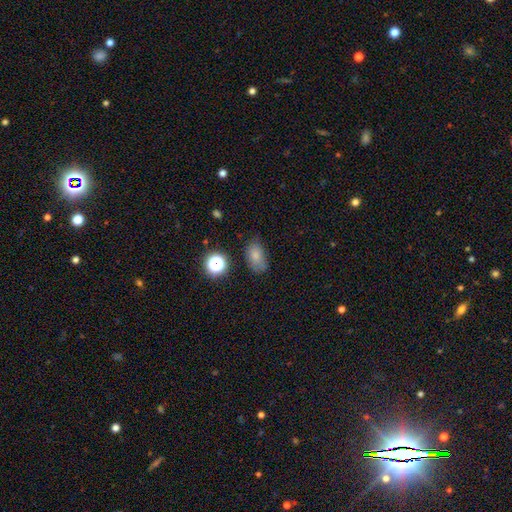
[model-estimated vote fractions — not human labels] Smooth or featured? smooth (77%)
How rounded? in between (86%)
Merging? none (65%)